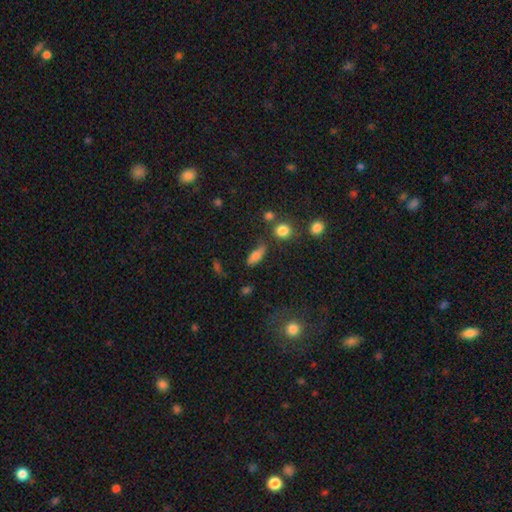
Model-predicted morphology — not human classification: Overall: smooth (73%). How rounded: in between (64%; cigar-shaped 29%). Merging: none (64%).